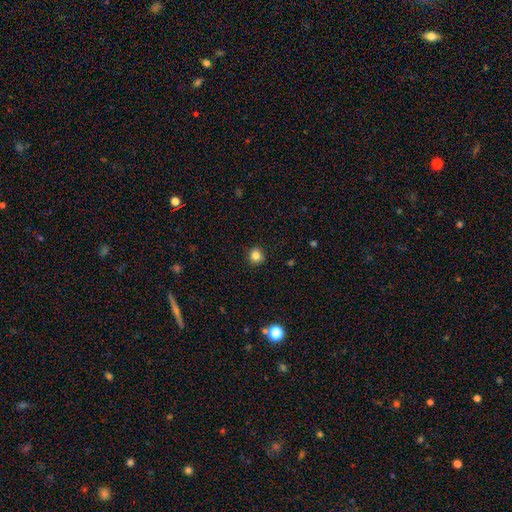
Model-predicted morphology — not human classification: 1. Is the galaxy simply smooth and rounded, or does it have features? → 83% smooth, 12% star or artifact, 5% featured or disk.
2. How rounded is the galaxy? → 86% round, 14% in between, 1% cigar-shaped.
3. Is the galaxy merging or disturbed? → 89% none, 8% minor disturbance, 2% major disturbance, 1% merger.